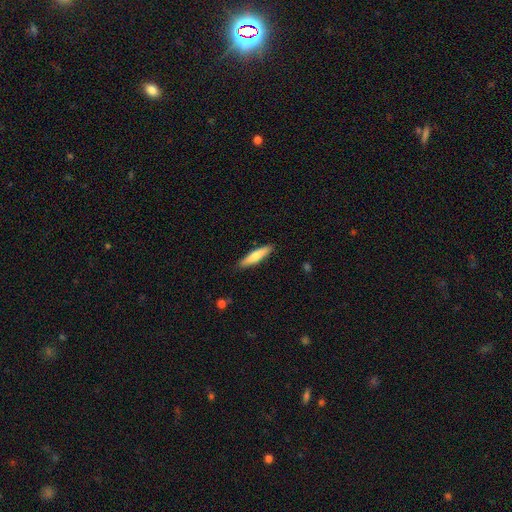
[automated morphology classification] Smooth or featured: smooth — 69% (featured or disk — 26%)
How rounded: cigar-shaped — 82% (in between — 16%)
Merging: none — 89% (minor disturbance — 8%)